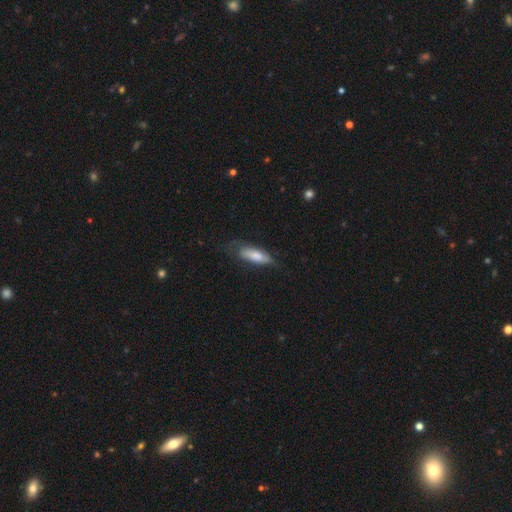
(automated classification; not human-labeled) The model was most divided on "how rounded": in between: 58%, cigar-shaped: 40%, round: 2%. More confident: smooth or featured — smooth (72%); merging — none (57%).